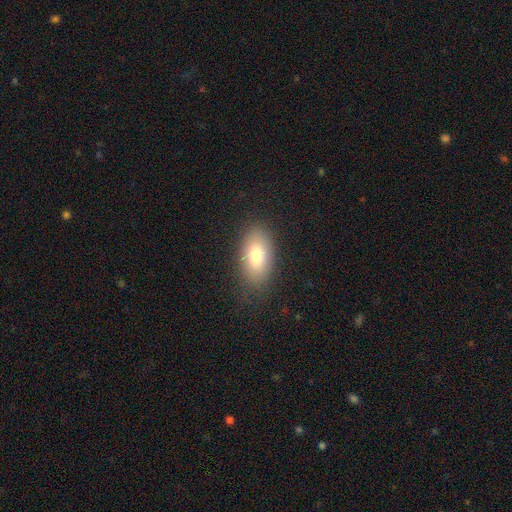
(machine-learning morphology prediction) type=smooth (78%); roundness=in between (91%); merging=none (84%).